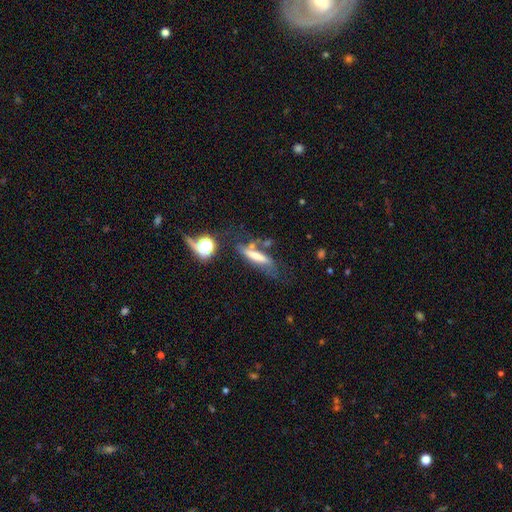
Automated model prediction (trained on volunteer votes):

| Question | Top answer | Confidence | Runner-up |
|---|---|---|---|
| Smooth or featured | smooth | 43% | featured or disk (41%) |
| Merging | none | 45% | minor disturbance (23%) |